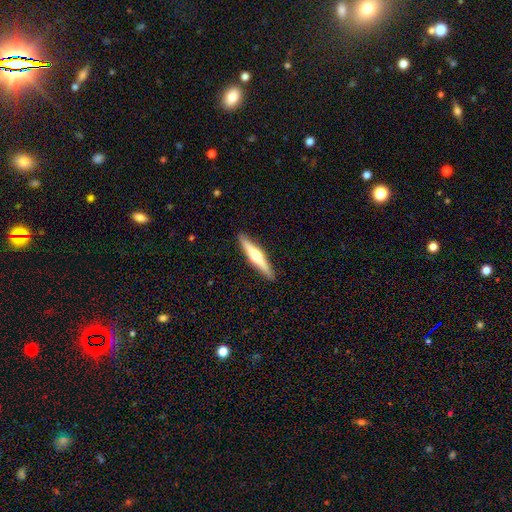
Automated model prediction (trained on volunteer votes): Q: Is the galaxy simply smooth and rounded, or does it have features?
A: featured or disk — 60%.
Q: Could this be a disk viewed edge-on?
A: yes — 97%.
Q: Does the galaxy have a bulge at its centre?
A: rounded — 89%.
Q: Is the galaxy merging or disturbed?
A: none — 91%.